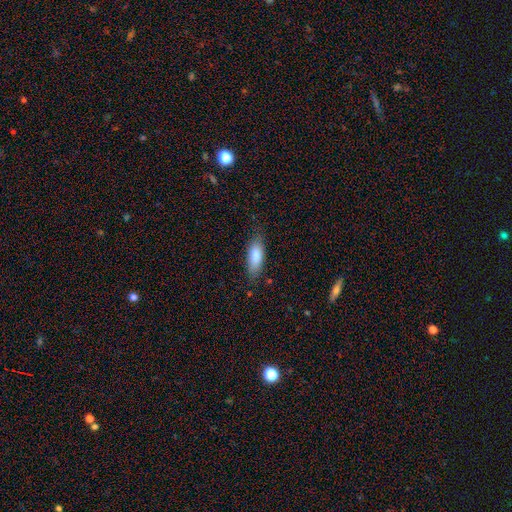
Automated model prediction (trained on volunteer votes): A smooth galaxy with no disk features (83%) that is in between round and cigar-shaped (72%).

Vote fractions:
- Smooth or featured? smooth: 83% / featured or disk: 11% / star or artifact: 6%
- How rounded? in between: 72% / cigar-shaped: 26% / round: 2%
- Merging? none: 80% / minor disturbance: 16% / major disturbance: 3% / merger: 1%